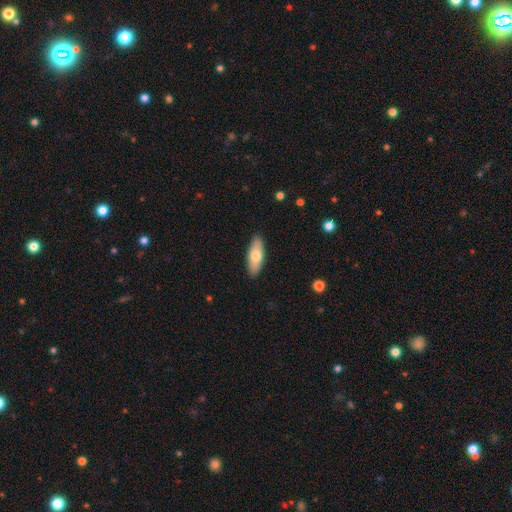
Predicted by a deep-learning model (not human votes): Morphology: type=smooth (71%); roundness=in between (70%); merging=none (89%).